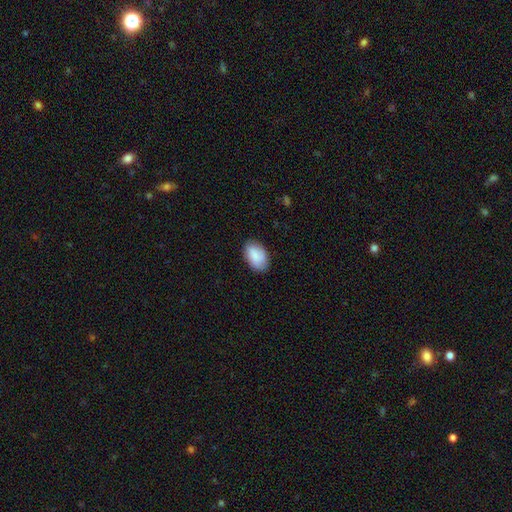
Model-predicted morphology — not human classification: A smooth galaxy with no disk features (84%) that is in between round and cigar-shaped (91%).

Vote fractions:
- Smooth or featured? smooth: 84% / featured or disk: 9% / star or artifact: 6%
- How rounded? in between: 91% / round: 7% / cigar-shaped: 1%
- Merging? none: 82% / minor disturbance: 14% / major disturbance: 3% / merger: 1%